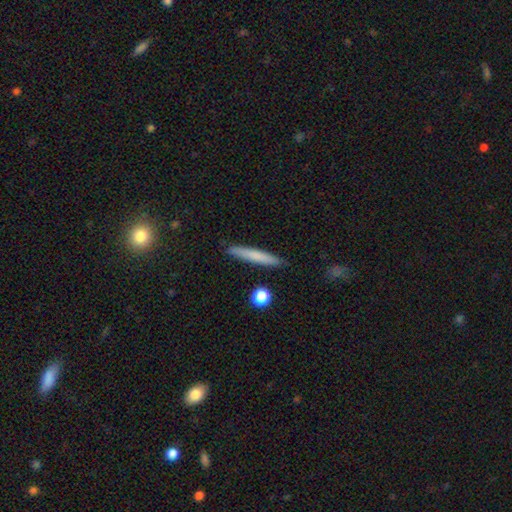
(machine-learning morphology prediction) smooth-or-featured: smooth: 71% | featured or disk: 22% | star or artifact: 7%
  how-rounded: cigar-shaped: 95% | in between: 4% | round: 1%
  merging: none: 90% | minor disturbance: 7% | merger: 2% | major disturbance: 2%